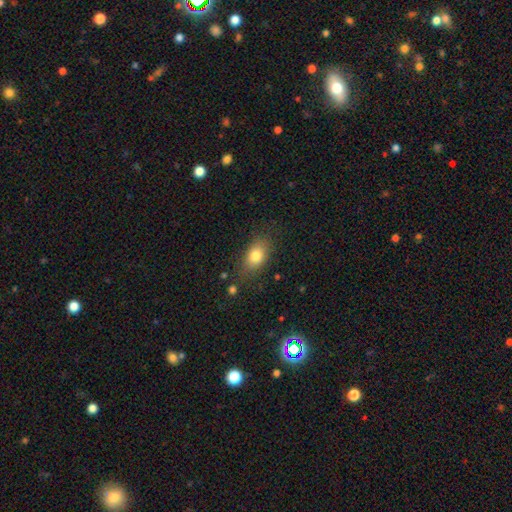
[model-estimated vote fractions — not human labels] This is likely a smooth galaxy (80%). How rounded: clearly in between (80%). Merging: likely none (78%).